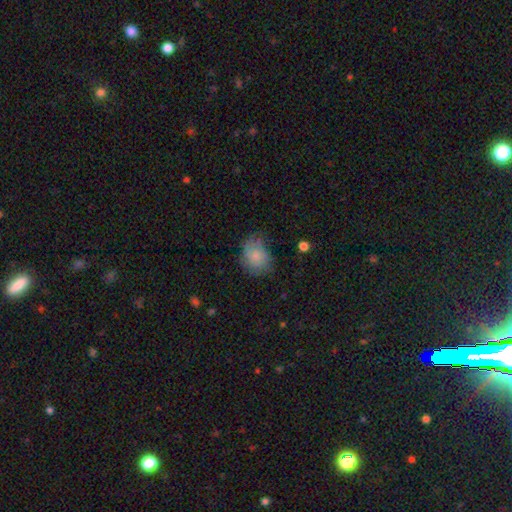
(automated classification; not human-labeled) smooth_or_featured: smooth (p=0.74) [alt: featured or disk p=0.17]
how_rounded: in between (p=0.54) [alt: round p=0.45]
merging: none (p=0.54) [alt: minor disturbance p=0.31]